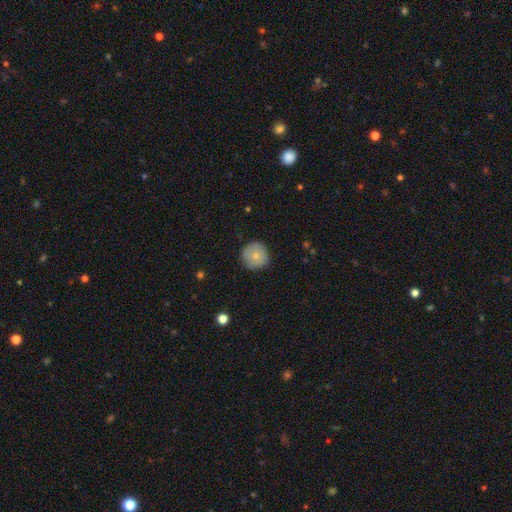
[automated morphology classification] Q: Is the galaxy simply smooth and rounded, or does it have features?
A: smooth — 73%.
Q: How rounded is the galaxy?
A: round — 94%.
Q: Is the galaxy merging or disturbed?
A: none — 83%.